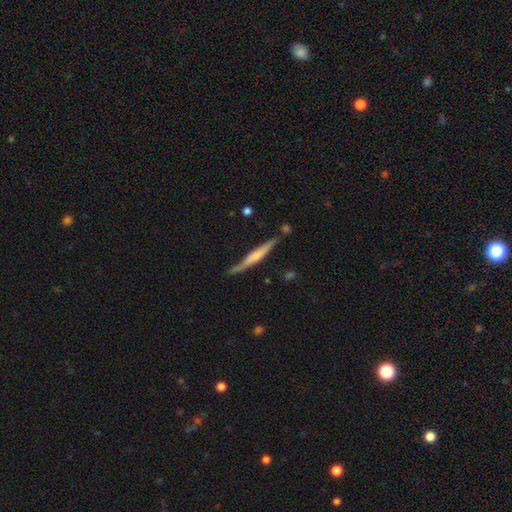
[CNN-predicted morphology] Q: Smooth or featured?
A: featured or disk (57%); runner-up: smooth (38%)
Q: Edge-on disk?
A: yes (94%); runner-up: no (6%)
Q: Edge-on bulge?
A: rounded (37%); runner-up: boxy (32%)
Q: Merging?
A: none (70%); runner-up: minor disturbance (20%)